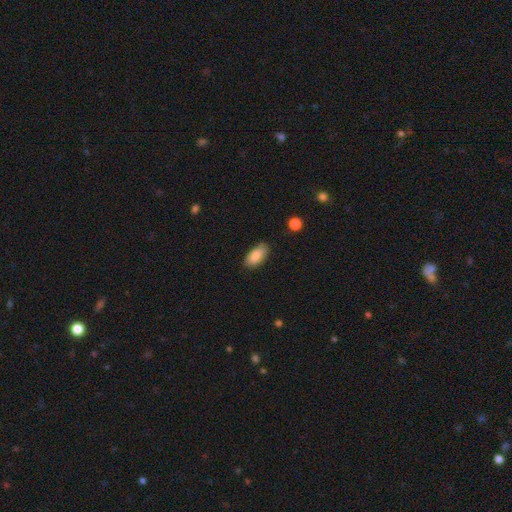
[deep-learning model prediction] This is clearly a smooth galaxy (86%). How rounded: clearly in between (92%). Merging: likely none (78%).